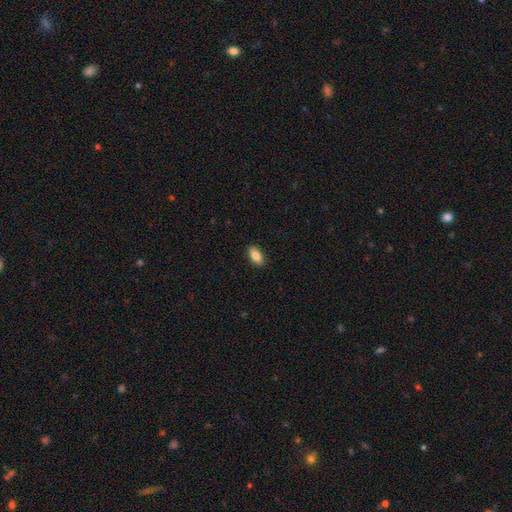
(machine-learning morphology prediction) This is clearly a smooth galaxy (81%). How rounded: clearly in between (84%). Merging: clearly none (89%).